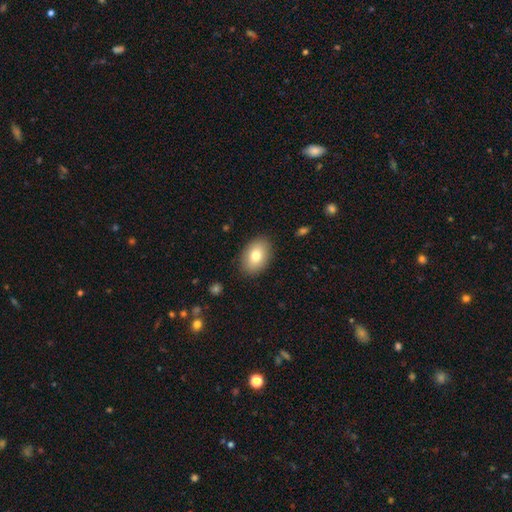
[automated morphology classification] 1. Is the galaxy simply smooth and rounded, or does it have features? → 79% smooth, 14% featured or disk, 8% star or artifact.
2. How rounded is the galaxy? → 86% in between, 13% round, 1% cigar-shaped.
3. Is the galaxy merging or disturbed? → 88% none, 9% minor disturbance, 2% major disturbance, 1% merger.